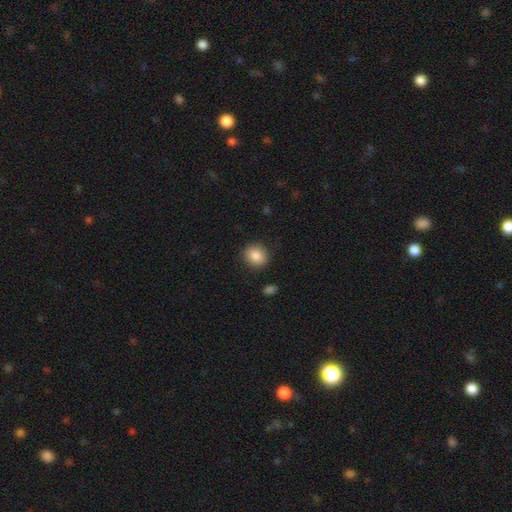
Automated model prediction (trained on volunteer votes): The model was most divided on "how rounded": round: 78%, in between: 21%, cigar-shaped: 1%. More confident: merging — none (88%); smooth or featured — smooth (86%).